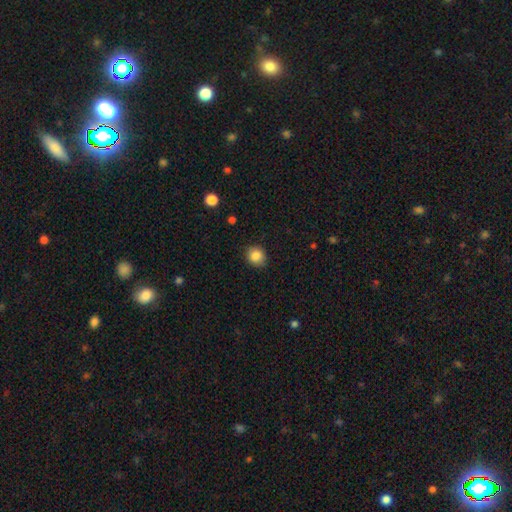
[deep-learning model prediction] A smooth galaxy with no disk features (85%) that is round (81%).

Vote fractions:
- Smooth or featured? smooth: 85% / star or artifact: 10% / featured or disk: 5%
- How rounded? round: 81% / in between: 18% / cigar-shaped: 1%
- Merging? none: 88% / minor disturbance: 8% / major disturbance: 2% / merger: 1%